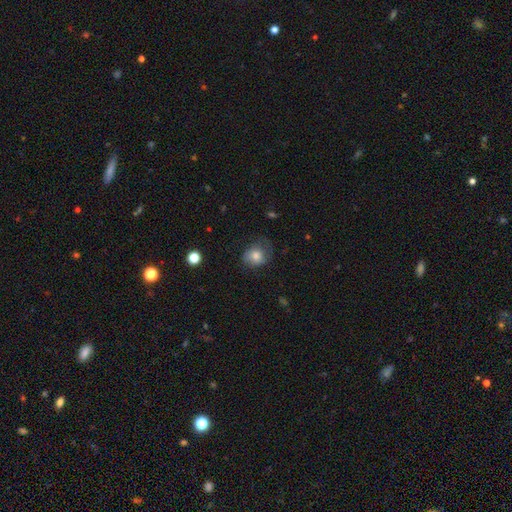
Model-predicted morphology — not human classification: Overall: smooth (71%). How rounded: round (59%; in between 40%). Merging: none (47%; minor disturbance 30%).